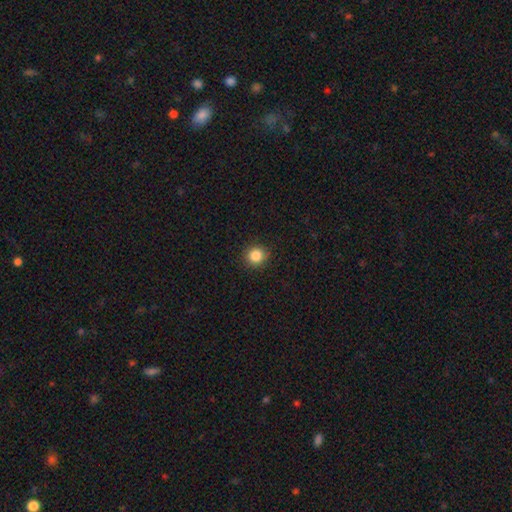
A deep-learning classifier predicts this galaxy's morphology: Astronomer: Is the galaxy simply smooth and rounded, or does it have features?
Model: smooth — 85%.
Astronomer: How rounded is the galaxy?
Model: round — 90%.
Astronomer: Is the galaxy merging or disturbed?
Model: none — 91%.